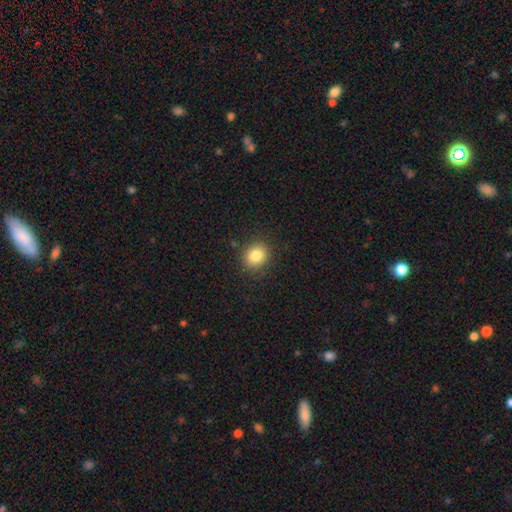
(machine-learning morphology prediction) Smooth or featured? smooth (83%)
How rounded? round (74%)
Merging? none (89%)